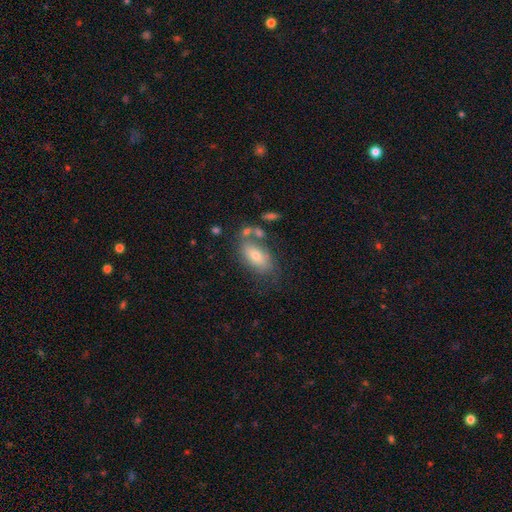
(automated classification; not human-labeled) smooth 67%, featured or disk 25%, star or artifact 9%. Down the decision tree: how rounded — in between (89%); merging — none (56%).